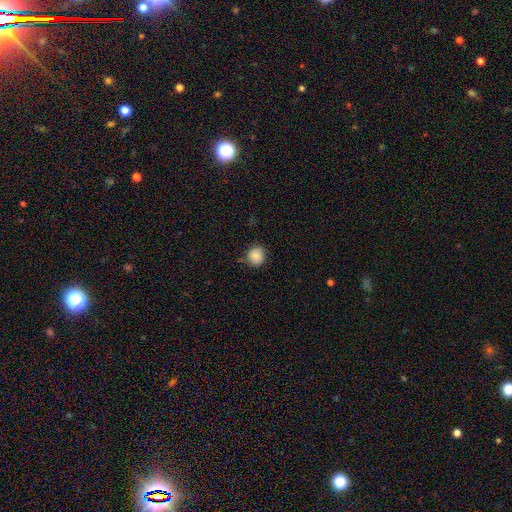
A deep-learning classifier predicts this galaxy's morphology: type=smooth (87%); roundness=round (85%); merging=none (78%).